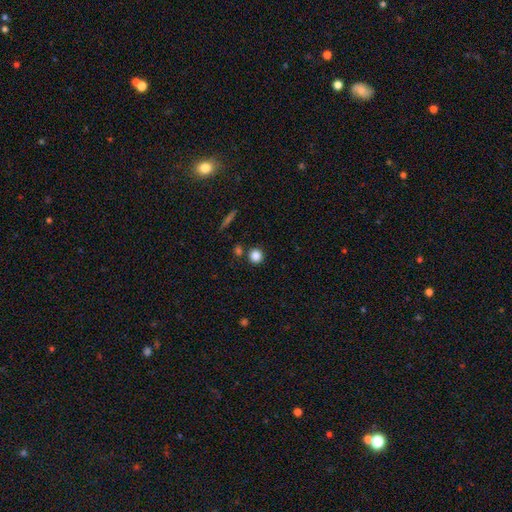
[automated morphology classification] This is clearly a smooth galaxy (84%). How rounded: clearly round (92%). Merging: clearly none (81%).